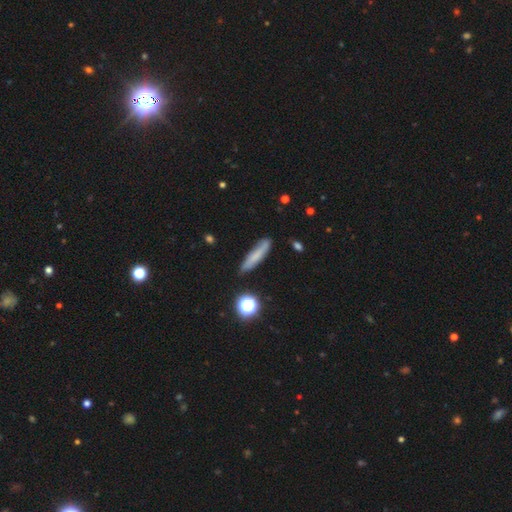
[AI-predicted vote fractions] A smooth galaxy with no disk features (65%) that is cigar-shaped (83%).

Vote fractions:
- Smooth or featured? smooth: 65% / featured or disk: 23% / star or artifact: 11%
- How rounded? cigar-shaped: 83% / in between: 14% / round: 4%
- Merging? none: 77% / minor disturbance: 17% / major disturbance: 4% / merger: 3%